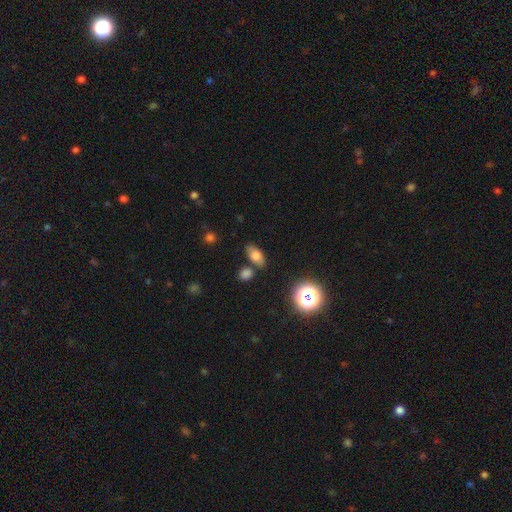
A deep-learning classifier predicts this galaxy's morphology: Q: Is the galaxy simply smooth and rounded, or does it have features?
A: smooth — 74%.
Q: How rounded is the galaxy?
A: in between — 85%.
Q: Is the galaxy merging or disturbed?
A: none — 72%.